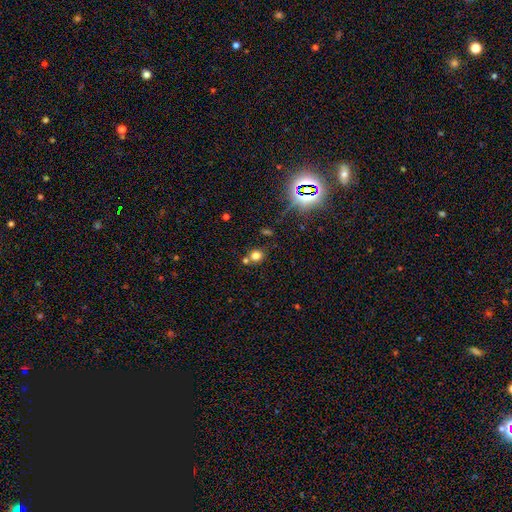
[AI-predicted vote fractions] This appears to be a smooth galaxy with no disk features (74%) that is round (79%). Merging: none (68%).